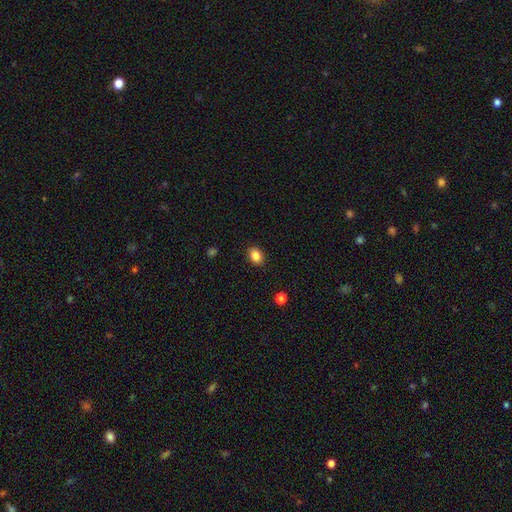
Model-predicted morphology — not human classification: Overall: smooth (85%). How rounded: in between (58%; round 41%). Merging: none (89%).